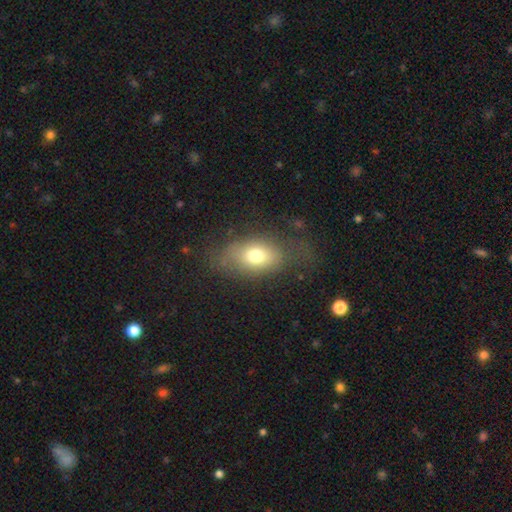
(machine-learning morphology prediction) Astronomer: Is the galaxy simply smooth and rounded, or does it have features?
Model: smooth — 70%.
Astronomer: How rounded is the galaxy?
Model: in between — 81%.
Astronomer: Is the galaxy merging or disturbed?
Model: none — 56%.